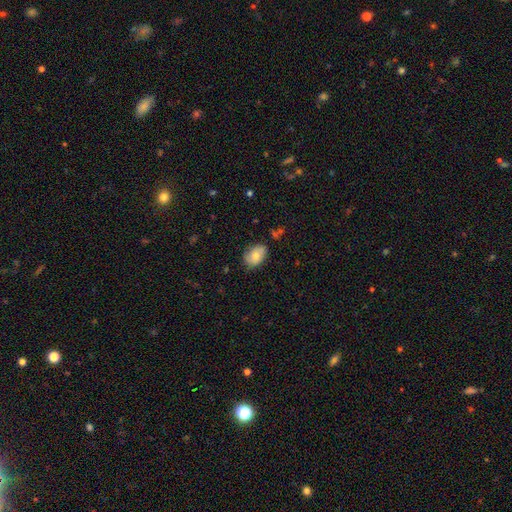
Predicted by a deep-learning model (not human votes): A smooth galaxy with no disk features (70%) that is in between round and cigar-shaped (82%).

Vote fractions:
- Smooth or featured? smooth: 70% / featured or disk: 22% / star or artifact: 8%
- How rounded? in between: 82% / round: 16% / cigar-shaped: 1%
- Merging? none: 74% / minor disturbance: 21% / major disturbance: 4% / merger: 2%